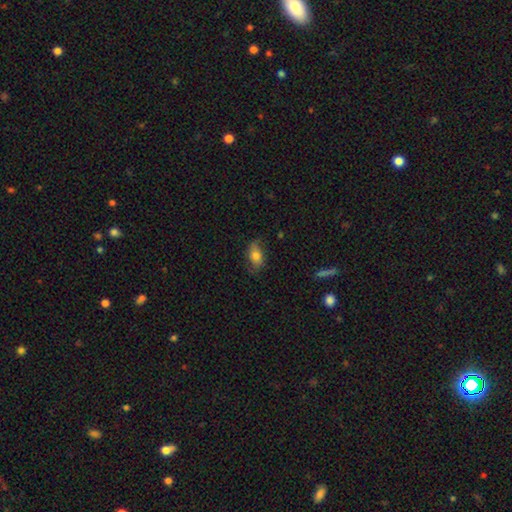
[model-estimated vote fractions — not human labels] smooth_or_featured: smooth (p=0.72) [alt: featured or disk p=0.20]
how_rounded: in between (p=0.87) [alt: round p=0.09]
merging: none (p=0.69) [alt: minor disturbance p=0.23]